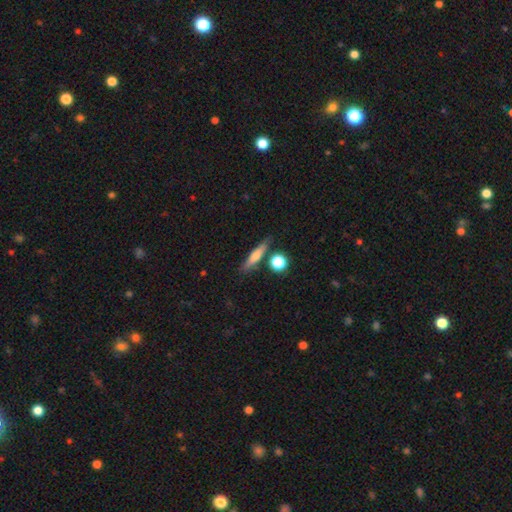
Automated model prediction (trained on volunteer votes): Q: Smooth or featured?
A: smooth (61%); runner-up: featured or disk (31%)
Q: How rounded?
A: cigar-shaped (76%); runner-up: in between (16%)
Q: Merging?
A: none (78%); runner-up: minor disturbance (12%)